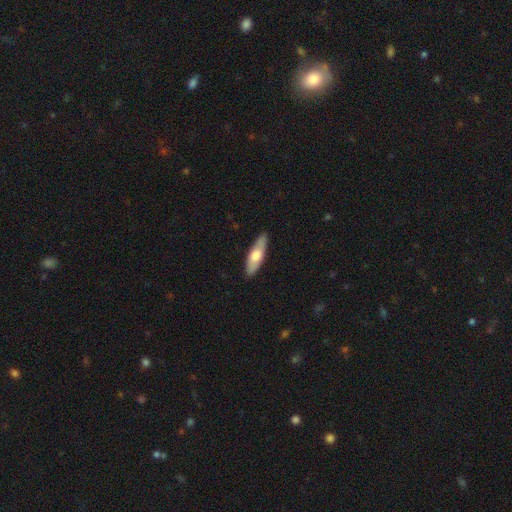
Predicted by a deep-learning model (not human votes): A smooth galaxy with no disk features (60%) that is cigar-shaped (51%). Merging: none (87%).